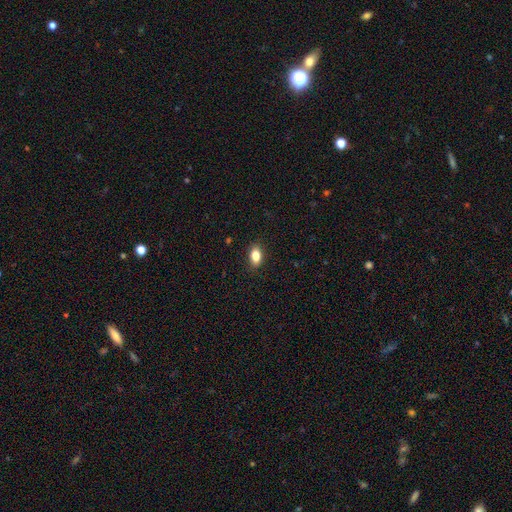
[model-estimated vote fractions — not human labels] Smooth or featured?
  - smooth: 84% *
  - star or artifact: 8%
  - featured or disk: 7%
How rounded?
  - in between: 87% *
  - round: 10%
  - cigar-shaped: 3%
Merging?
  - none: 88% *
  - minor disturbance: 9%
  - major disturbance: 2%
  - merger: 1%